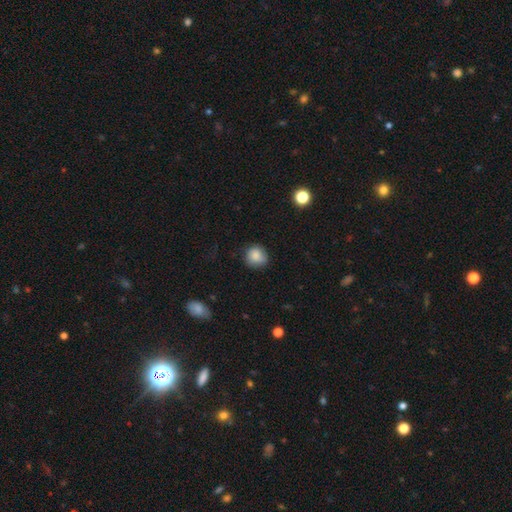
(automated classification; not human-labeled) smooth_or_featured: smooth (p=0.86) [alt: star or artifact p=0.08]
how_rounded: round (p=0.86) [alt: in between p=0.13]
merging: none (p=0.76) [alt: minor disturbance p=0.19]